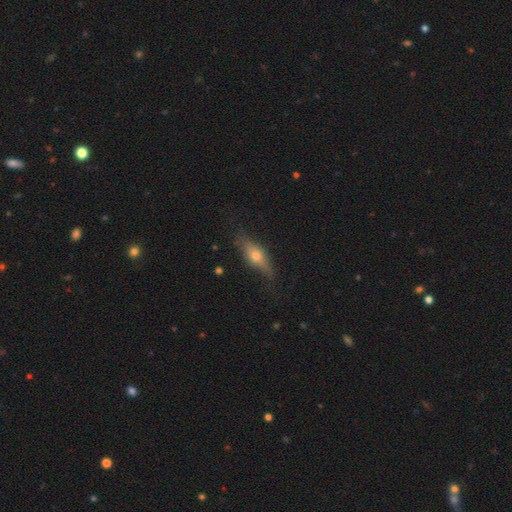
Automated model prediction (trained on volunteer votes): Q: Smooth or featured?
A: featured or disk (54%); runner-up: smooth (38%)
Q: Edge-on disk?
A: yes (85%); runner-up: no (15%)
Q: Merging?
A: none (74%); runner-up: minor disturbance (19%)